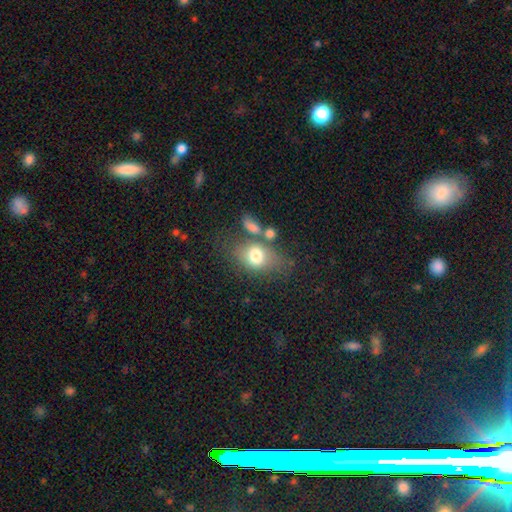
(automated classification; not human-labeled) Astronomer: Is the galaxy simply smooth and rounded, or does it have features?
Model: smooth — 71%.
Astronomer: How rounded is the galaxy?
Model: in between — 73%.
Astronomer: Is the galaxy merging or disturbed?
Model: none — 48%.